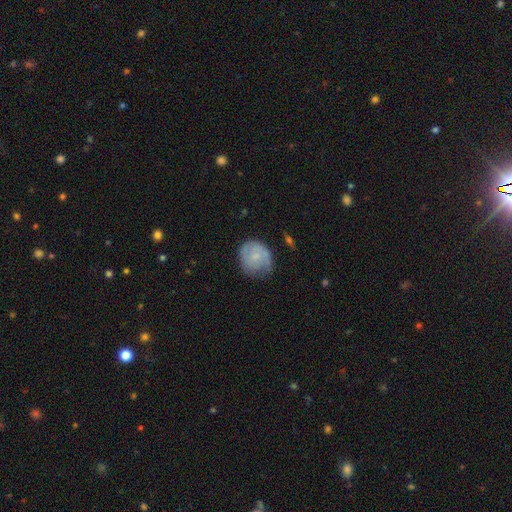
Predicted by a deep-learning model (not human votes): Smooth or featured?
  - smooth: 59% *
  - featured or disk: 34%
  - star or artifact: 7%
How rounded?
  - round: 79% *
  - in between: 20%
  - cigar-shaped: 1%
Merging?
  - none: 56% *
  - minor disturbance: 32%
  - major disturbance: 10%
  - merger: 2%